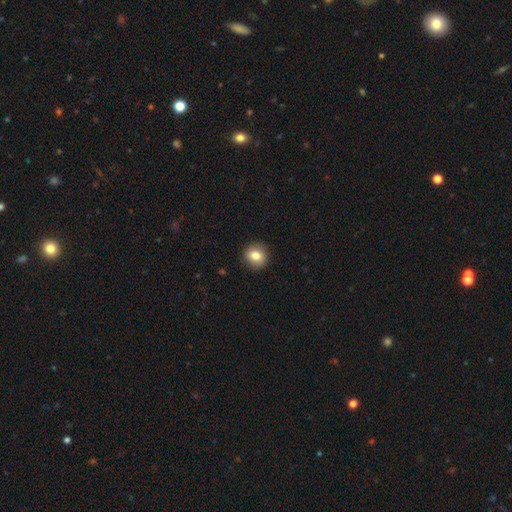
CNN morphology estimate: This is clearly a smooth galaxy (82%). How rounded: clearly round (84%). Merging: clearly none (89%).